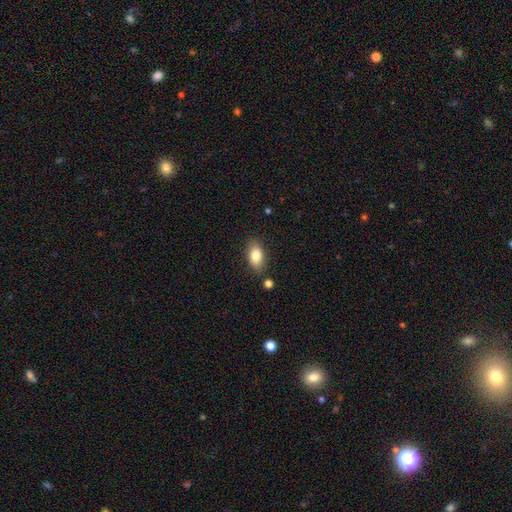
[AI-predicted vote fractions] smooth-or-featured: smooth: 82% | featured or disk: 11% | star or artifact: 8%
  how-rounded: in between: 89% | round: 6% | cigar-shaped: 6%
  merging: none: 81% | minor disturbance: 13% | merger: 3% | major disturbance: 3%